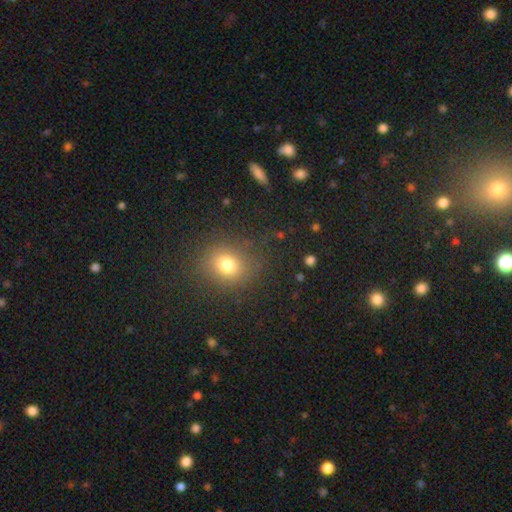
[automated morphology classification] type=smooth (64%); roundness=round (80%); merging=none (89%).